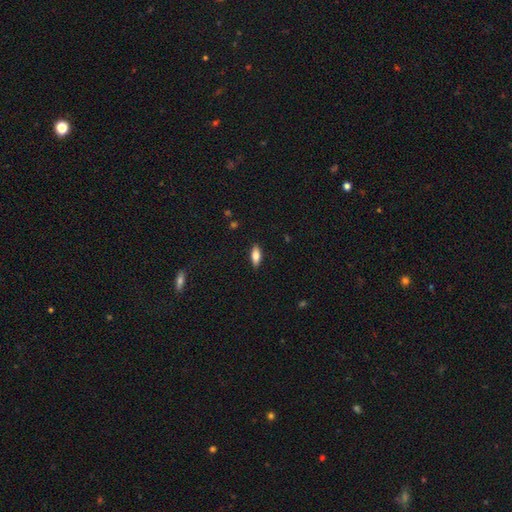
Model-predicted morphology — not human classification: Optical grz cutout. It shows a smooth galaxy with no disk features (74%) that is in between round and cigar-shaped (76%). Merging: none (89%).